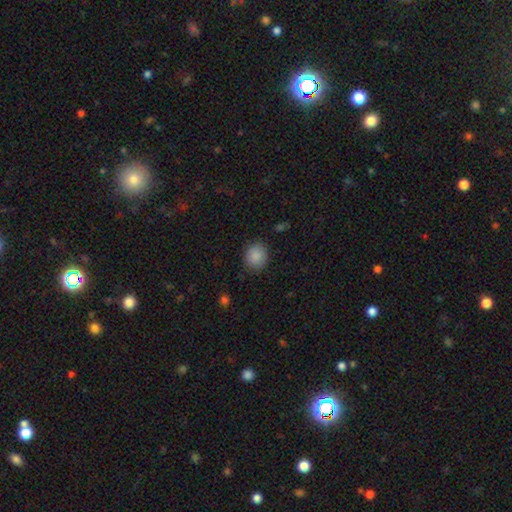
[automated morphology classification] smooth 88%, star or artifact 8%, featured or disk 4%. Down the decision tree: how rounded — round (70%); merging — none (83%).